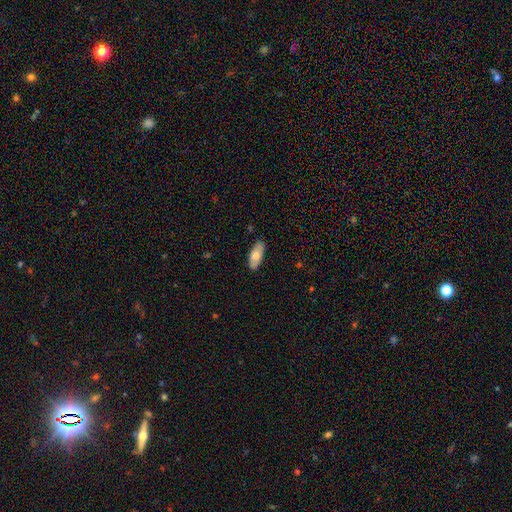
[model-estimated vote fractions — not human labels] Morphology: type=smooth (67%); roundness=in between (82%); merging=none (85%).